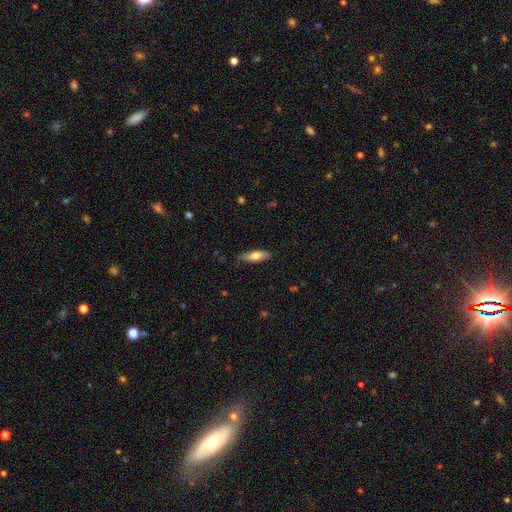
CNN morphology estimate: smooth 67%, featured or disk 27%, star or artifact 6%. Down the decision tree: how rounded — in between (49%); merging — none (82%).